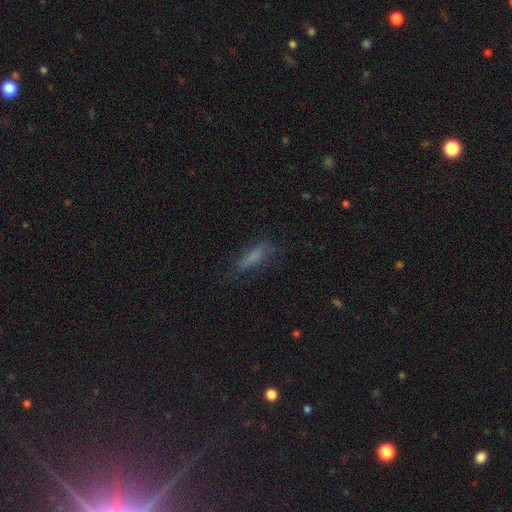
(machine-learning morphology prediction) The model was most divided on "how rounded": cigar-shaped: 69%, in between: 28%, round: 2%. More confident: smooth or featured — smooth (69%); merging — none (64%).